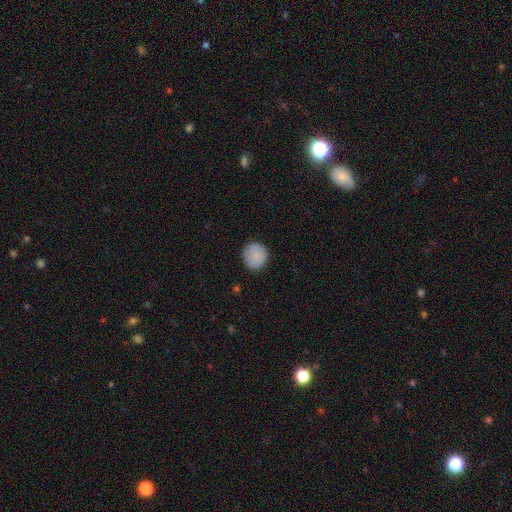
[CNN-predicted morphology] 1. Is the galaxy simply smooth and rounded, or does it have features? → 84% smooth, 9% featured or disk, 7% star or artifact.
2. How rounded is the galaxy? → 92% round, 7% in between, 1% cigar-shaped.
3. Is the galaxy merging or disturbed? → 87% none, 10% minor disturbance, 2% major disturbance, 1% merger.